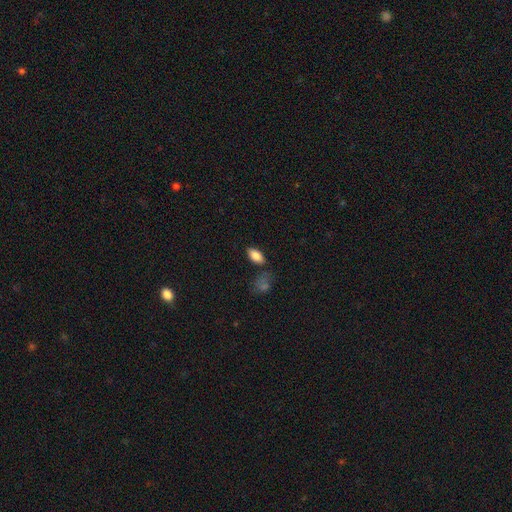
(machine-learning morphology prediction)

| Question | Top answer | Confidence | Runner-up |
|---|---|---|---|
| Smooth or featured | smooth | 85% | star or artifact (8%) |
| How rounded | in between | 92% | cigar-shaped (4%) |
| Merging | none | 74% | minor disturbance (16%) |